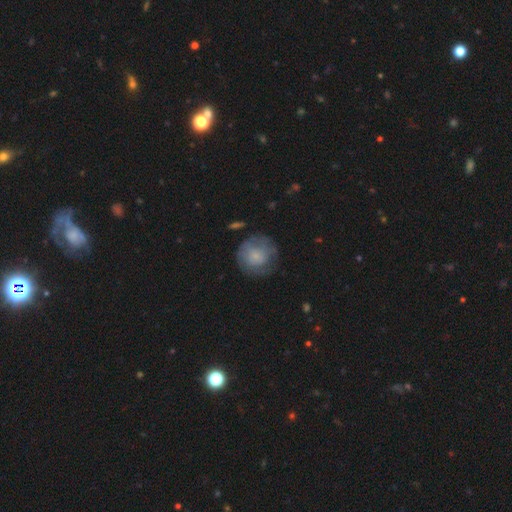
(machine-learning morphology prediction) Smooth or featured: smooth — 59% (featured or disk — 34%)
How rounded: round — 89% (in between — 10%)
Merging: none — 65% (minor disturbance — 21%)